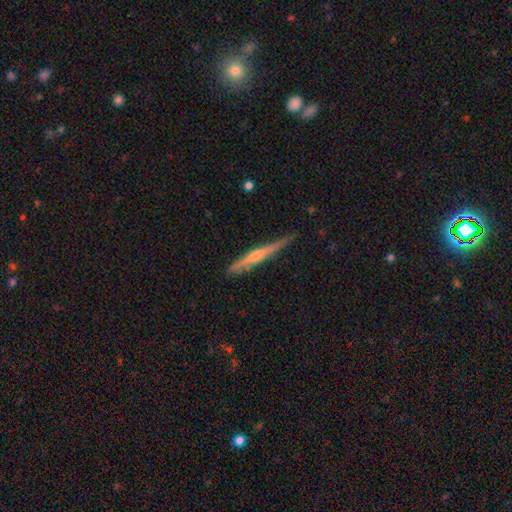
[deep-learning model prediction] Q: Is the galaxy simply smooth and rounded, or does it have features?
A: featured or disk — 68%.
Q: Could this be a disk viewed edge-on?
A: yes — 97%.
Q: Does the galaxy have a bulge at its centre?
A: rounded — 76%.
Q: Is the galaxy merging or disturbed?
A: none — 84%.